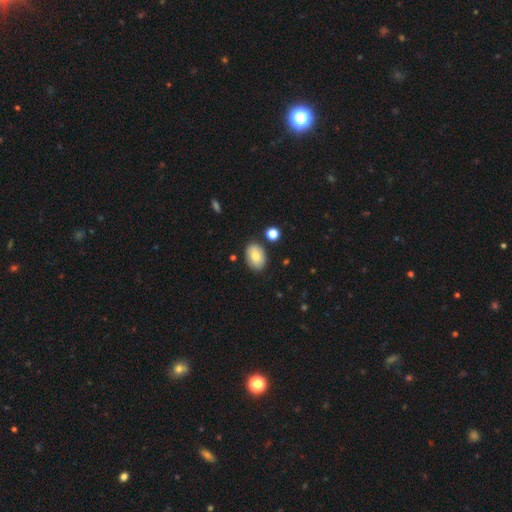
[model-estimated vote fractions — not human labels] Overall: smooth (76%). How rounded: in between (85%). Merging: none (81%).